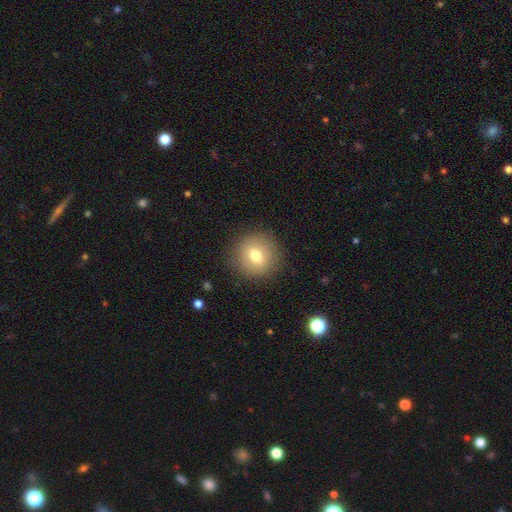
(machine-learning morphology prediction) Overall: smooth (71%). How rounded: round (89%). Merging: none (86%).